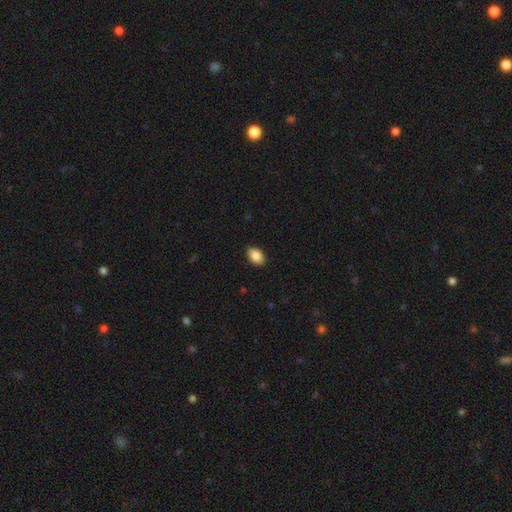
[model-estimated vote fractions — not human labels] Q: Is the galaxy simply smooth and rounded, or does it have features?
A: smooth — 88%.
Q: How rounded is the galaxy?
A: in between — 90%.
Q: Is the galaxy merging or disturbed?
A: none — 89%.